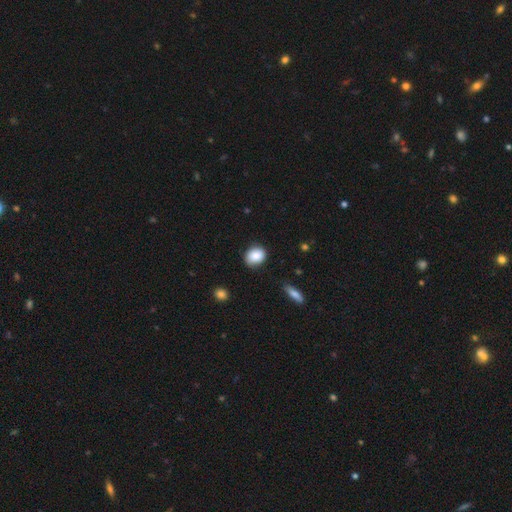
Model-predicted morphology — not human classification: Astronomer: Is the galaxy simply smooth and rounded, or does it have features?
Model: smooth — 87%.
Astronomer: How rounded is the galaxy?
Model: round — 51% (runner-up: in between, 48%).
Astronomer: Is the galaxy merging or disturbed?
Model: none — 79%.